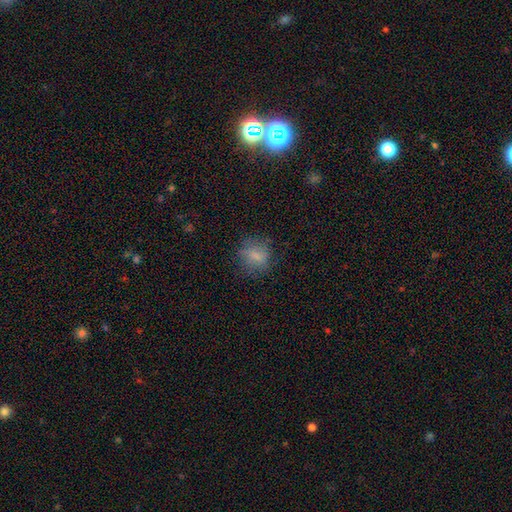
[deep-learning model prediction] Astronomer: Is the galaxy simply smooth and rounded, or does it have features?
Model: smooth — 75%.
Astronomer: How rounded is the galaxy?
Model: round — 64%.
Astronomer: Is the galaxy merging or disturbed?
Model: none — 74%.